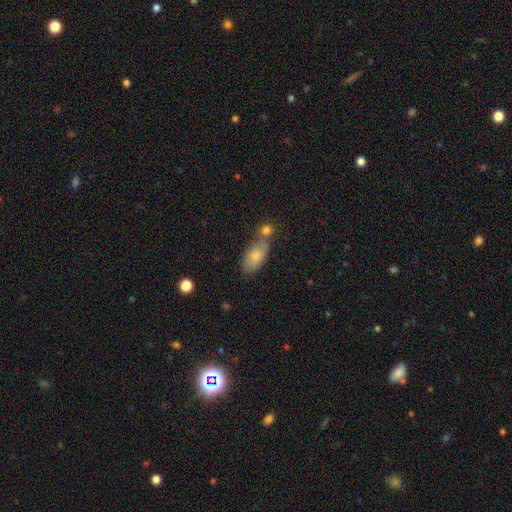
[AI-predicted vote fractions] The model was most divided on "merging": none: 48%, merger: 30%, minor disturbance: 17%, major disturbance: 5%. More confident: how rounded — in between (88%); smooth or featured — smooth (77%).